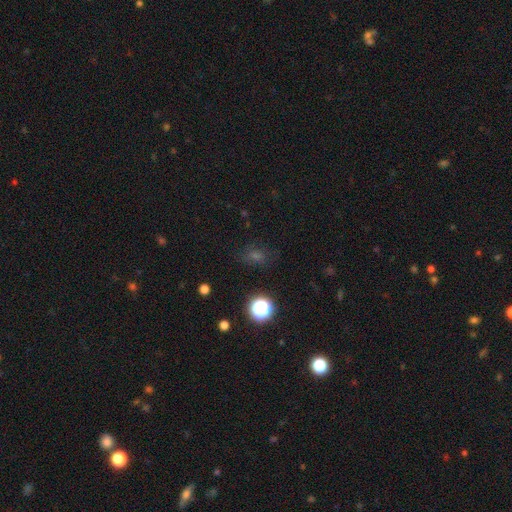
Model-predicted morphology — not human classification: A smooth galaxy with no disk features (46%).

Vote fractions:
- Smooth or featured? smooth: 46% / star or artifact: 43% / featured or disk: 11%
- Merging? none: 79% / minor disturbance: 13% / major disturbance: 5% / merger: 3%